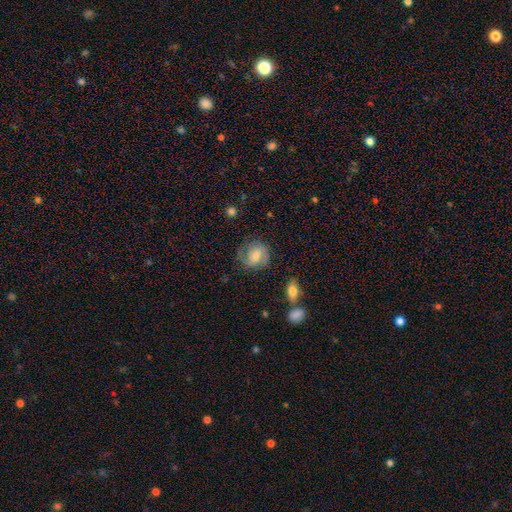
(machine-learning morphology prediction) Smooth or featured? Predicted: smooth (p=0.51). How rounded? Predicted: round (p=0.63). Merging? Predicted: none (p=0.64).